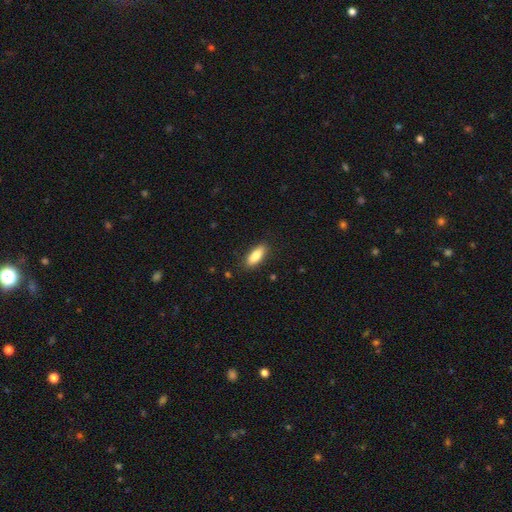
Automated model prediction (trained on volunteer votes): This is clearly a smooth galaxy (81%). How rounded: likely in between (71%). Merging: clearly none (87%).